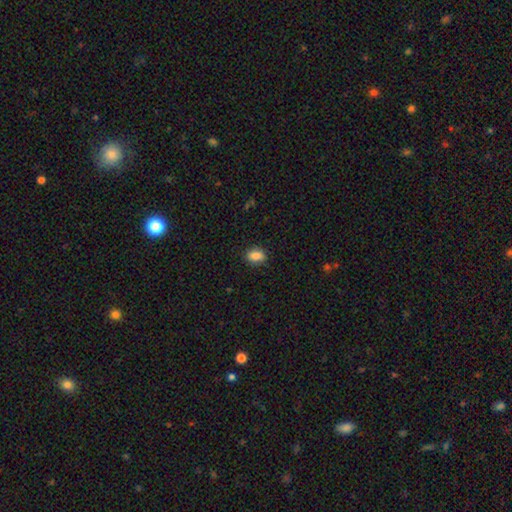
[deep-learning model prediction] Smooth or featured?
  - smooth: 86% *
  - star or artifact: 9%
  - featured or disk: 5%
How rounded?
  - in between: 72% *
  - round: 26%
  - cigar-shaped: 2%
Merging?
  - none: 86% *
  - minor disturbance: 10%
  - major disturbance: 2%
  - merger: 1%